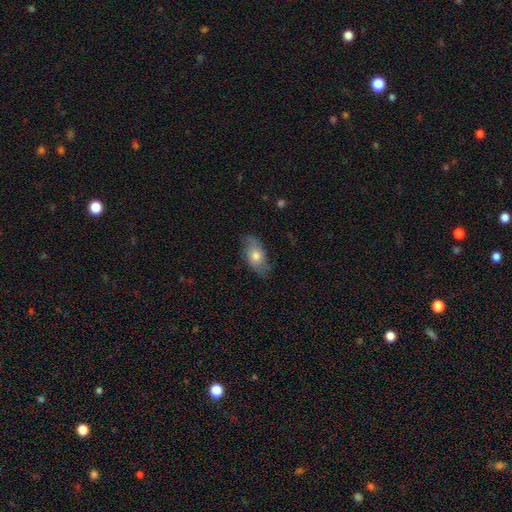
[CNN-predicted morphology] type=smooth (64%); roundness=in between (87%); merging=none (73%).